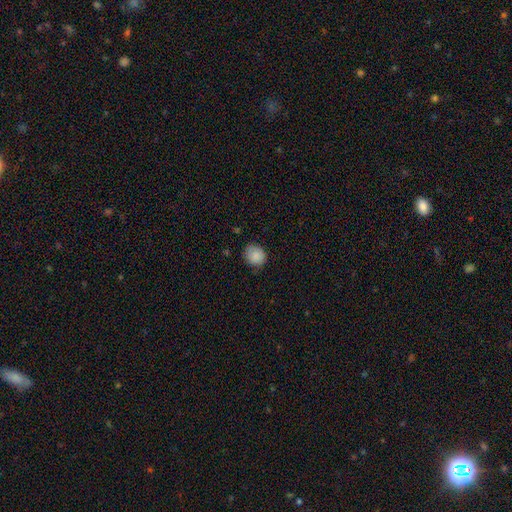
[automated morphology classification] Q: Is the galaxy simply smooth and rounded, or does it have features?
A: smooth — 87%.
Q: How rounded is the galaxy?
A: round — 75%.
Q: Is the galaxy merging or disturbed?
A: none — 79%.